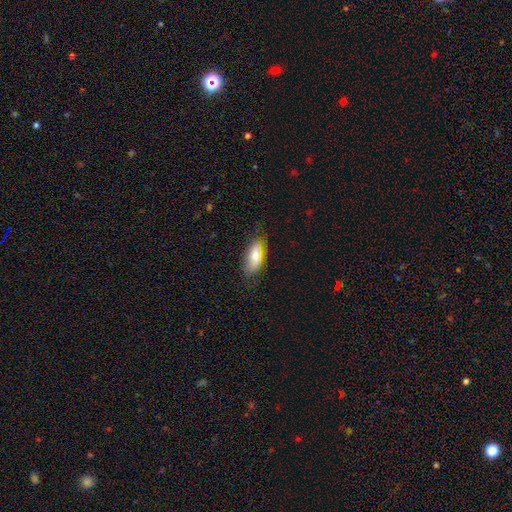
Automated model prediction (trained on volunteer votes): This is likely a smooth galaxy (69%). How rounded: likely in between (79%). Merging: likely none (74%).